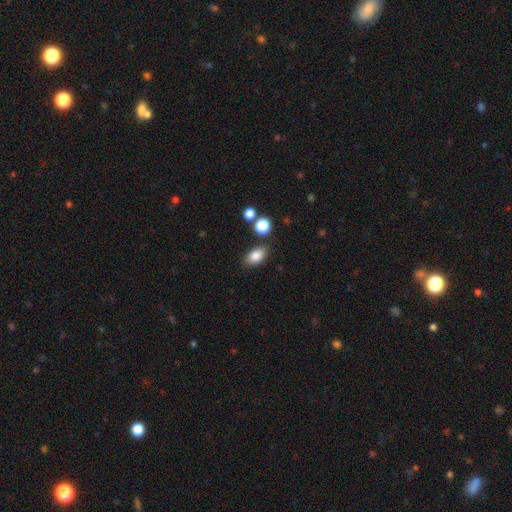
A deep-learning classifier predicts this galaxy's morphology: A smooth galaxy with no disk features (84%) that is in between round and cigar-shaped (87%). Merging: none (79%).